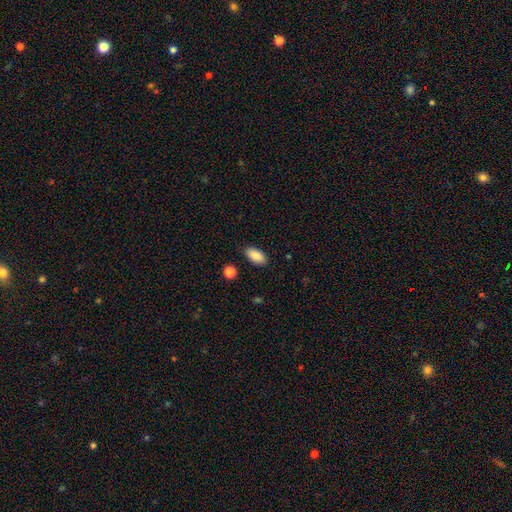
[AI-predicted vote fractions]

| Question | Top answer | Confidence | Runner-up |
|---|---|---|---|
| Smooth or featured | smooth | 87% | star or artifact (7%) |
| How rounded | in between | 93% | cigar-shaped (4%) |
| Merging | none | 88% | minor disturbance (9%) |